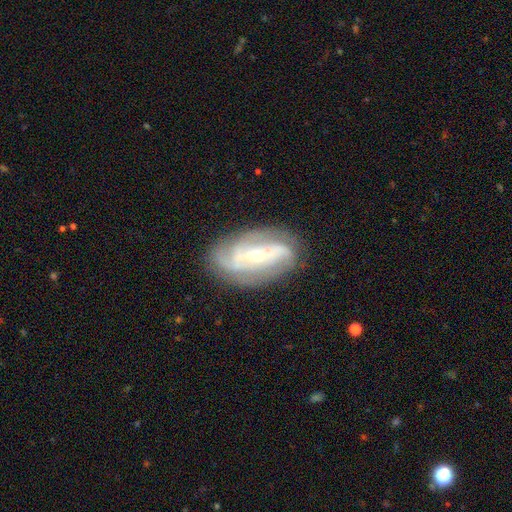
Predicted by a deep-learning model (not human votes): Q: Smooth or featured?
A: featured or disk (85%); runner-up: smooth (9%)
Q: Edge-on disk?
A: no (94%); runner-up: yes (6%)
Q: Bar?
A: strong (36%); runner-up: no (34%)
Q: Spiral arms?
A: yes (93%); runner-up: no (7%)
Q: Spiral winding?
A: medium (41%); runner-up: tight (38%)
Q: Spiral arm count?
A: 2 (44%); runner-up: 3 (24%)
Q: Bulge size?
A: small (59%); runner-up: moderate (37%)
Q: Merging?
A: none (75%); runner-up: minor disturbance (17%)